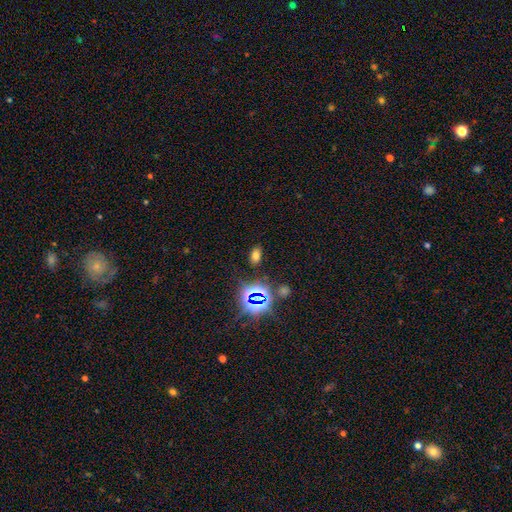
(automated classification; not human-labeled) Q: Smooth or featured?
A: smooth (64%); runner-up: star or artifact (28%)
Q: How rounded?
A: in between (87%); runner-up: round (11%)
Q: Merging?
A: none (85%); runner-up: minor disturbance (10%)